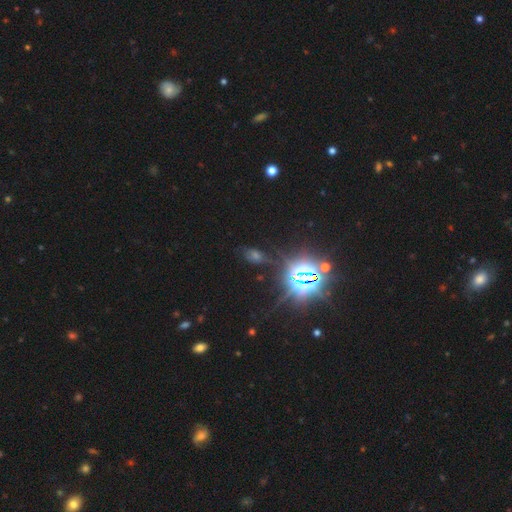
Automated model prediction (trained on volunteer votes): smooth_or_featured: star or artifact (p=0.66) [alt: smooth p=0.18]